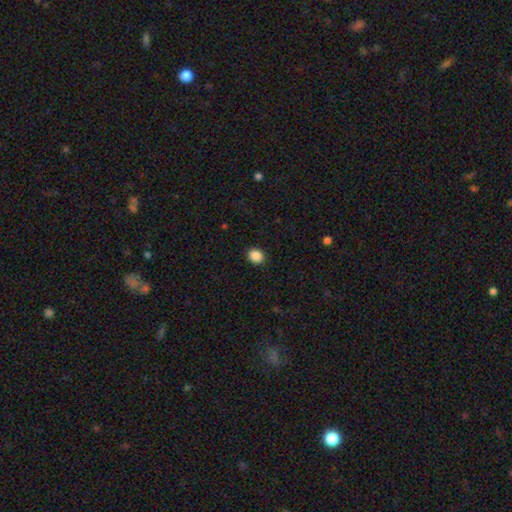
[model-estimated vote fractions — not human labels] smooth_or_featured: smooth (p=0.88) [alt: star or artifact p=0.09]
how_rounded: round (p=0.72) [alt: in between p=0.28]
merging: none (p=0.91) [alt: minor disturbance p=0.06]